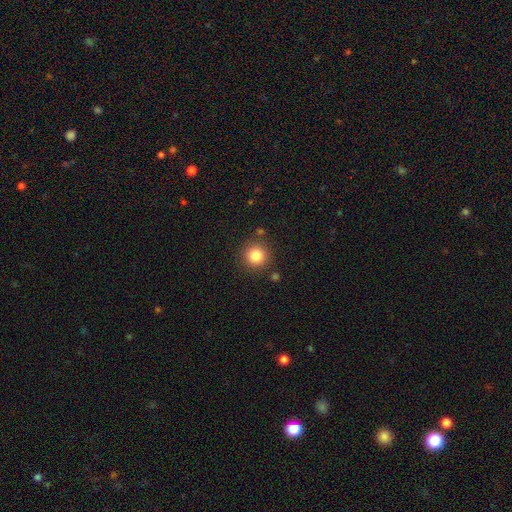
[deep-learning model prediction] Morphology: type=smooth (83%); roundness=round (94%); merging=none (86%).